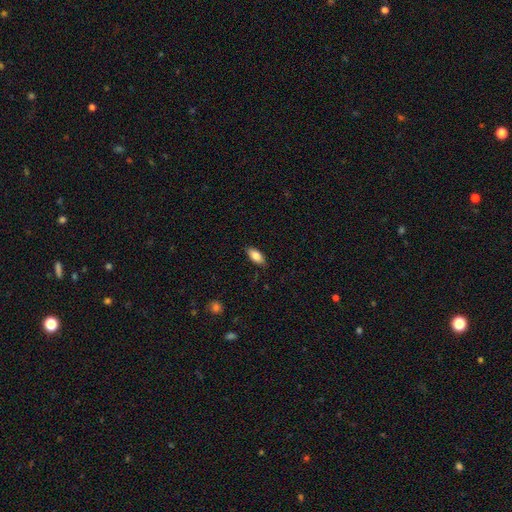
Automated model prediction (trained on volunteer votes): smooth-or-featured: smooth: 82% | featured or disk: 11% | star or artifact: 7%
  how-rounded: in between: 88% | cigar-shaped: 10% | round: 3%
  merging: none: 85% | minor disturbance: 12% | major disturbance: 2% | merger: 1%